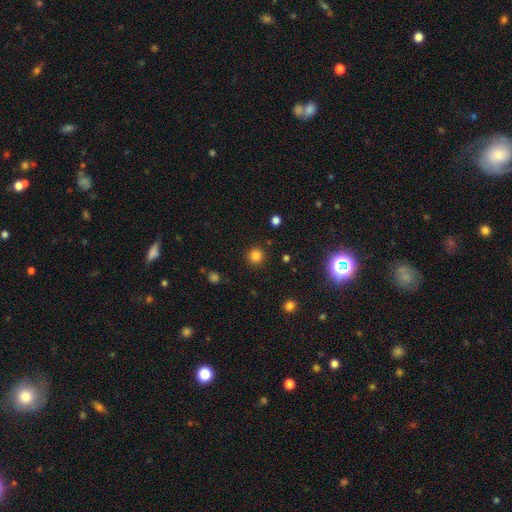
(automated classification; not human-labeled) Morphology: type=smooth (82%); roundness=round (94%); merging=none (91%).